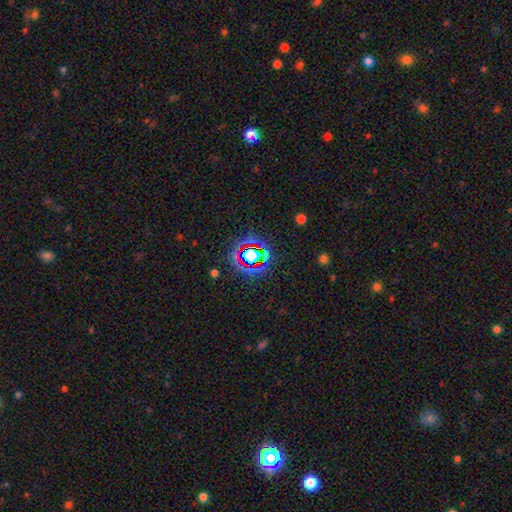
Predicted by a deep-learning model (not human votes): Overall: star or artifact (68%).